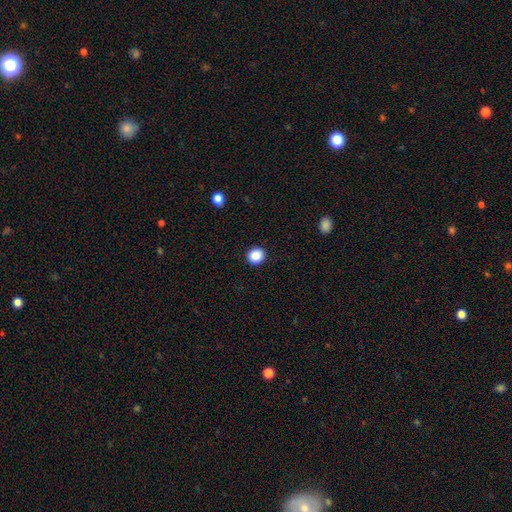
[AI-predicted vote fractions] This appears to be a smooth galaxy with no disk features (88%) that is round (89%). Merging: none (92%).